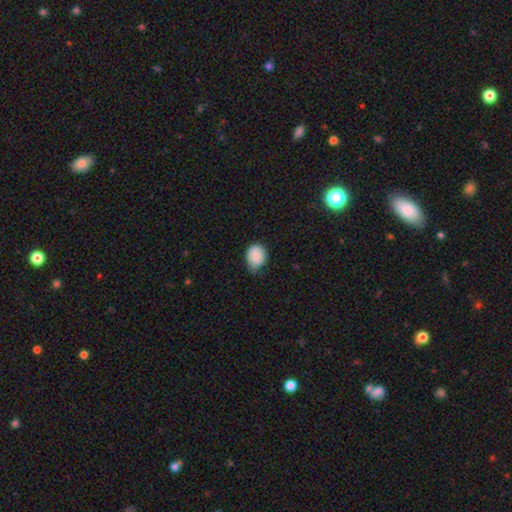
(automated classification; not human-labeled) This appears to be a smooth galaxy with no disk features (83%) that is round (59%). Merging: none (46%).